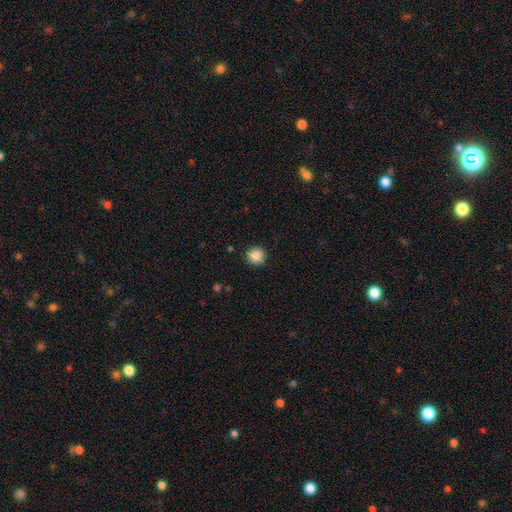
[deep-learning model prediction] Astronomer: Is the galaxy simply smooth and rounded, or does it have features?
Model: smooth — 88%.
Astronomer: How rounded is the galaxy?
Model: round — 94%.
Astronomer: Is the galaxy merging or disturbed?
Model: none — 90%.